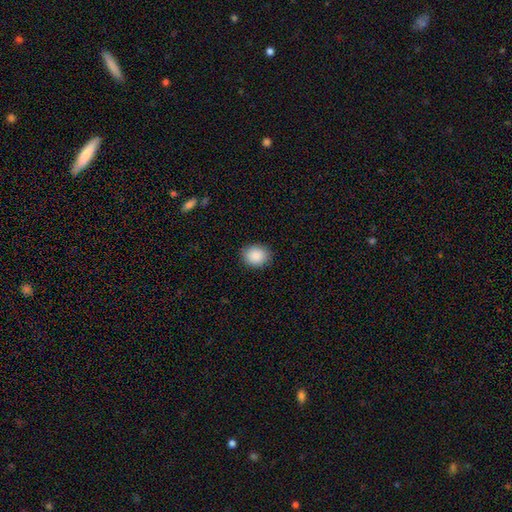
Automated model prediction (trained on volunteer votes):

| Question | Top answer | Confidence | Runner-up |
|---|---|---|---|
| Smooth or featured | smooth | 89% | star or artifact (8%) |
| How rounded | round | 62% | in between (37%) |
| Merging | none | 89% | minor disturbance (8%) |